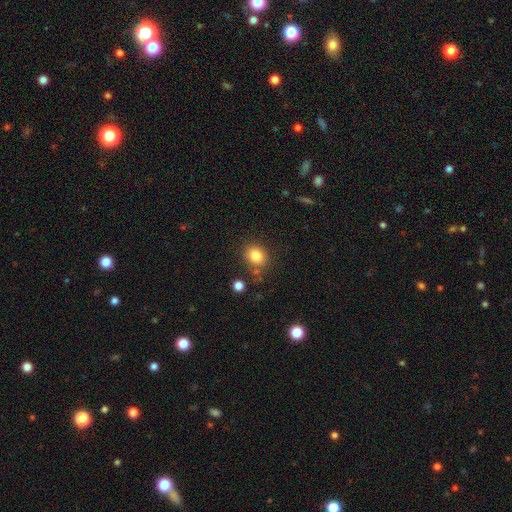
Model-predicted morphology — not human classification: Q: Smooth or featured?
A: smooth (83%); runner-up: star or artifact (11%)
Q: How rounded?
A: round (62%); runner-up: in between (37%)
Q: Merging?
A: none (78%); runner-up: minor disturbance (12%)